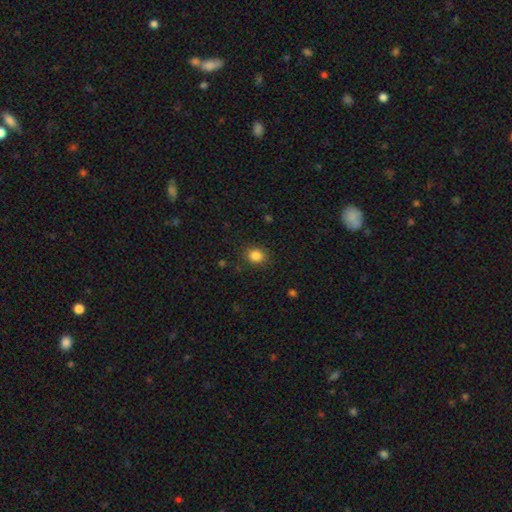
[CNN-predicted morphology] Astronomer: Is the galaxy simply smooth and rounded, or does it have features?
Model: smooth — 85%.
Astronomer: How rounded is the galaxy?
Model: round — 70%.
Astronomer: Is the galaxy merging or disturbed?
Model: none — 85%.